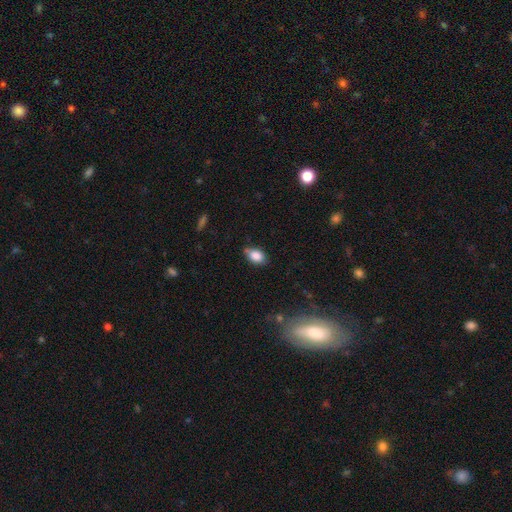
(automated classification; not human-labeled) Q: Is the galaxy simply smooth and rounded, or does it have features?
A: smooth — 85%.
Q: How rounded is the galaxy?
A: in between — 83%.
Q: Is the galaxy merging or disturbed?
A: none — 69%.